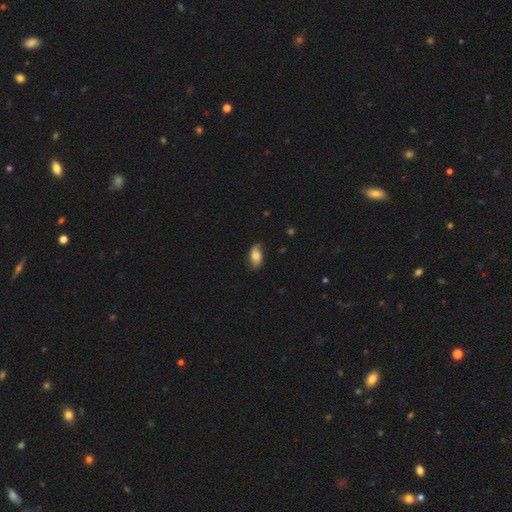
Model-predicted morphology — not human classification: Smooth or featured?
  - smooth: 68% *
  - featured or disk: 24%
  - star or artifact: 7%
How rounded?
  - in between: 90% *
  - round: 6%
  - cigar-shaped: 4%
Merging?
  - none: 74% *
  - minor disturbance: 20%
  - major disturbance: 4%
  - merger: 1%